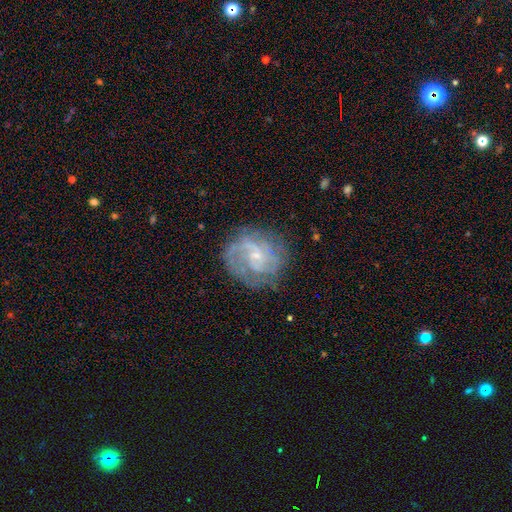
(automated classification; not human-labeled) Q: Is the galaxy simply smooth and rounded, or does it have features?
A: featured or disk — 77%.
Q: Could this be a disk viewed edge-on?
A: no — 98%.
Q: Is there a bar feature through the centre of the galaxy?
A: no — 57%.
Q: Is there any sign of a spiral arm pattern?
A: yes — 90%.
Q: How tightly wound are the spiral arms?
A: tight — 50%.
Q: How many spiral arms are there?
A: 2 — 35%.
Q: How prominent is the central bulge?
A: small — 73%.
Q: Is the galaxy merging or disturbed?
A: none — 70%.